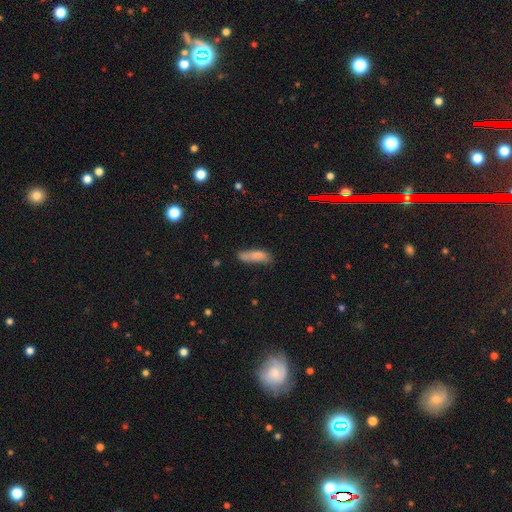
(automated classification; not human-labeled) smooth_or_featured: smooth (p=0.81) [alt: featured or disk p=0.12]
how_rounded: cigar-shaped (p=0.56) [alt: in between p=0.42]
merging: none (p=0.58) [alt: minor disturbance p=0.28]